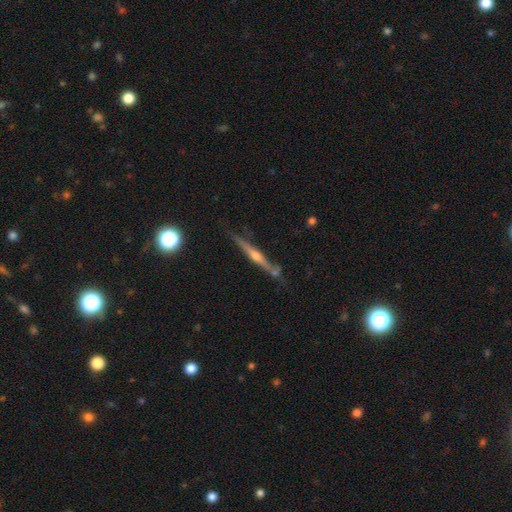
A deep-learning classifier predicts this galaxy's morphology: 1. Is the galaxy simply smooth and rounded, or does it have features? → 77% featured or disk, 16% smooth, 7% star or artifact.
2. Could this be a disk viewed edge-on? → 98% yes, 2% no.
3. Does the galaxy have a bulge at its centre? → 86% rounded, 9% none, 5% boxy.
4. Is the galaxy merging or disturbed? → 79% none, 13% minor disturbance, 5% merger, 3% major disturbance.